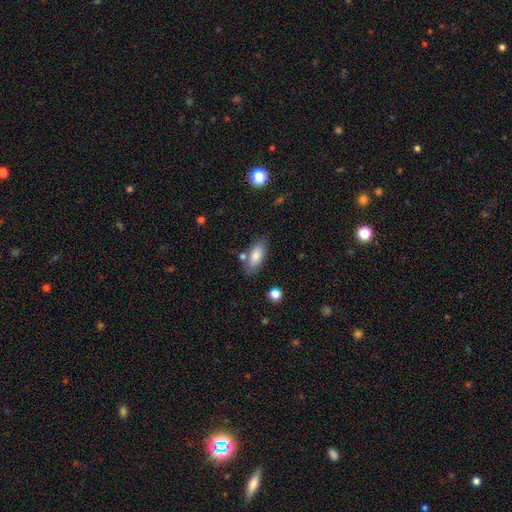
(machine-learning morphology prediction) smooth 80%, featured or disk 13%, star or artifact 7%. Down the decision tree: how rounded — in between (84%); merging — none (74%).